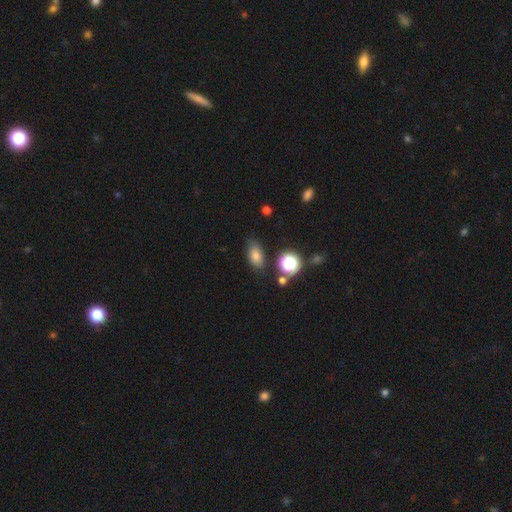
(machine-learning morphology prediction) smooth_or_featured: smooth (p=0.77) [alt: star or artifact p=0.14]
how_rounded: in between (p=0.83) [alt: round p=0.12]
merging: none (p=0.76) [alt: minor disturbance p=0.16]